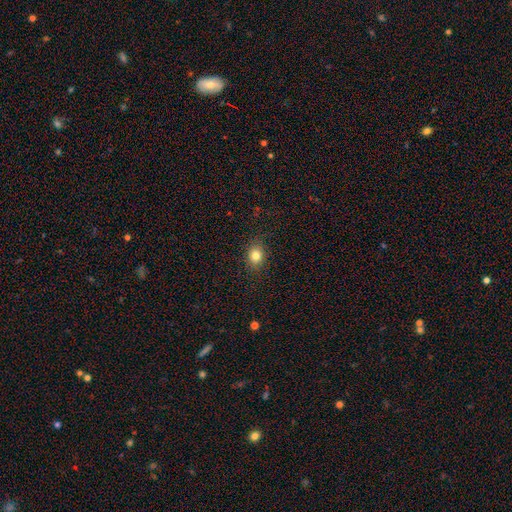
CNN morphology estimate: Q: Smooth or featured?
A: smooth (81%); runner-up: star or artifact (12%)
Q: How rounded?
A: round (55%); runner-up: in between (44%)
Q: Merging?
A: none (87%); runner-up: minor disturbance (9%)